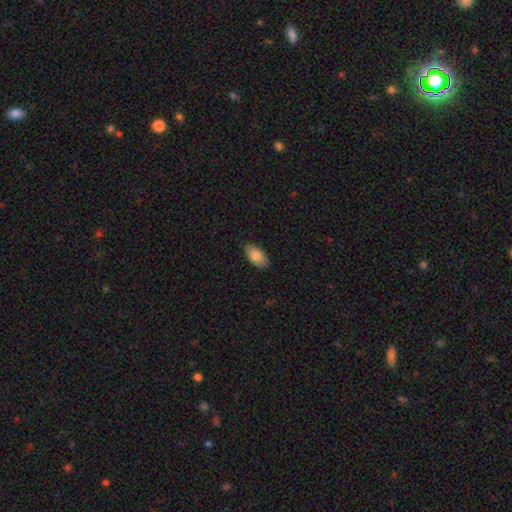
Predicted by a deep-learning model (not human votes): Smooth or featured? Predicted: smooth (p=0.84). How rounded? Predicted: in between (p=0.94). Merging? Predicted: none (p=0.84).